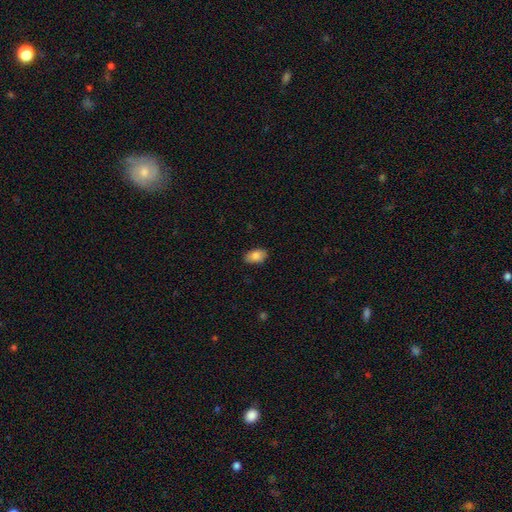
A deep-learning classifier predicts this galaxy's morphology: Overall: smooth (83%). How rounded: in between (91%). Merging: none (86%).